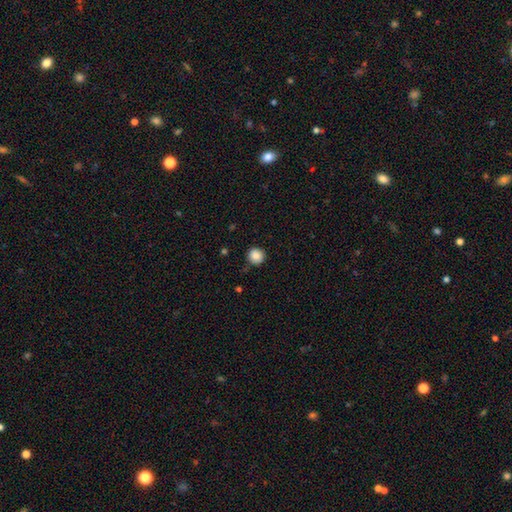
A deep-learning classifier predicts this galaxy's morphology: type=smooth (86%); roundness=round (94%); merging=none (87%).